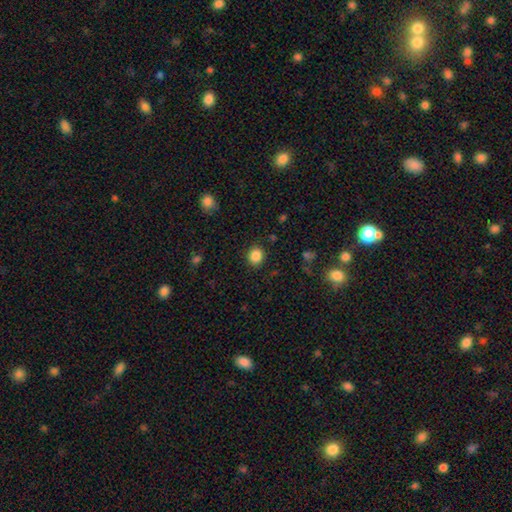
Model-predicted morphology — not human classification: This appears to be a smooth galaxy with no disk features (86%) that is round (75%). Merging: none (88%).